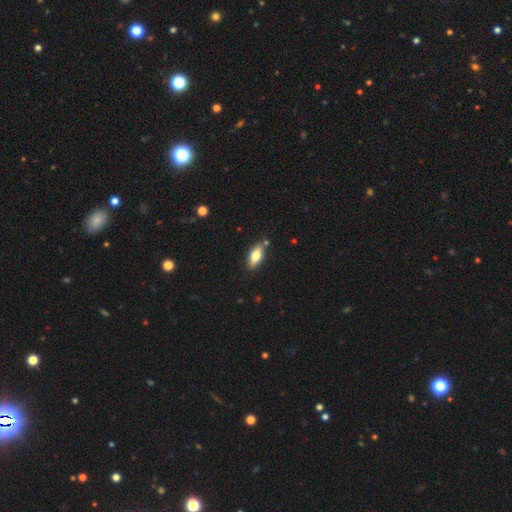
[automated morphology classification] Overall: smooth (72%). How rounded: in between (79%). Merging: none (82%).